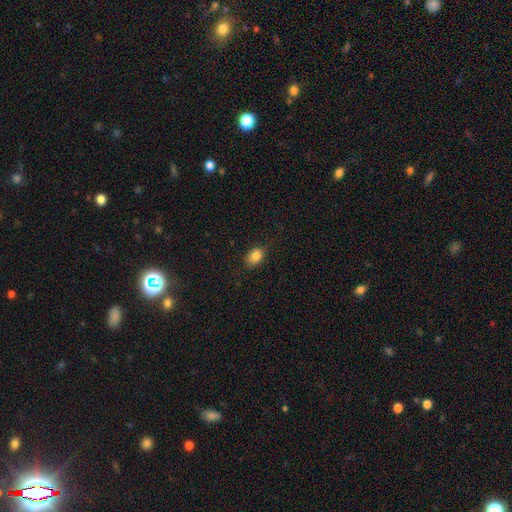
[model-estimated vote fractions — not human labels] A smooth galaxy with no disk features (83%) that is in between round and cigar-shaped (74%).

Vote fractions:
- Smooth or featured? smooth: 83% / star or artifact: 10% / featured or disk: 7%
- How rounded? in between: 74% / round: 24% / cigar-shaped: 1%
- Merging? none: 78% / minor disturbance: 17% / major disturbance: 4% / merger: 1%